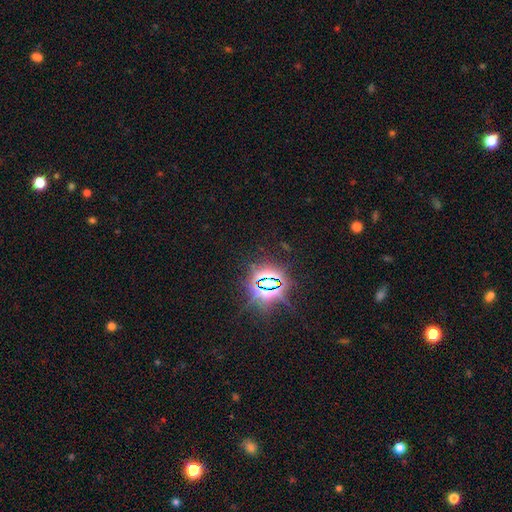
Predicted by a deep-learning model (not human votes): smooth_or_featured: star or artifact (p=0.71) [alt: smooth p=0.22]